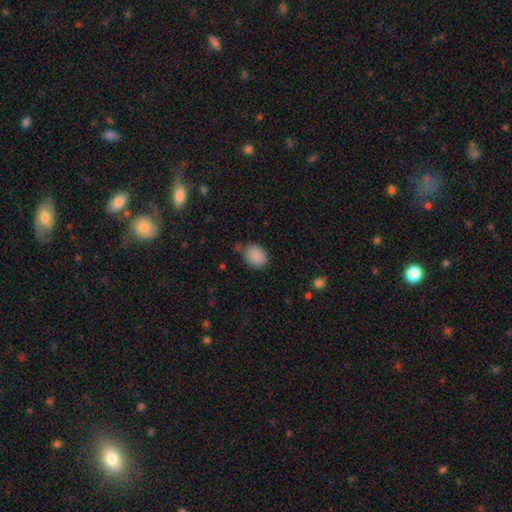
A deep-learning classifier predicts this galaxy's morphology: The model was most divided on "how rounded": in between: 58%, round: 41%, cigar-shaped: 1%. More confident: smooth or featured — smooth (89%); merging — none (78%).